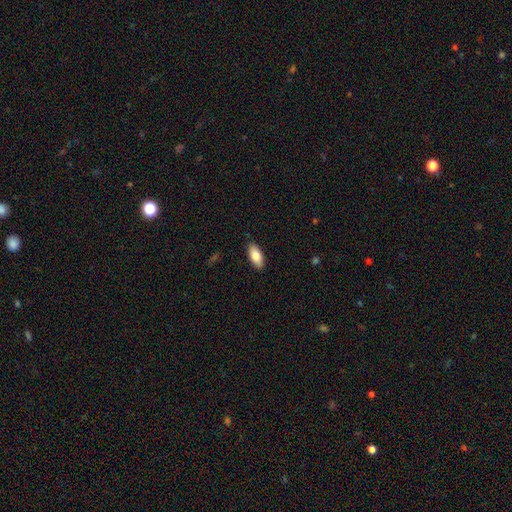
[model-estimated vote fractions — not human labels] A smooth galaxy with no disk features (81%) that is in between round and cigar-shaped (88%). Merging: none (89%).